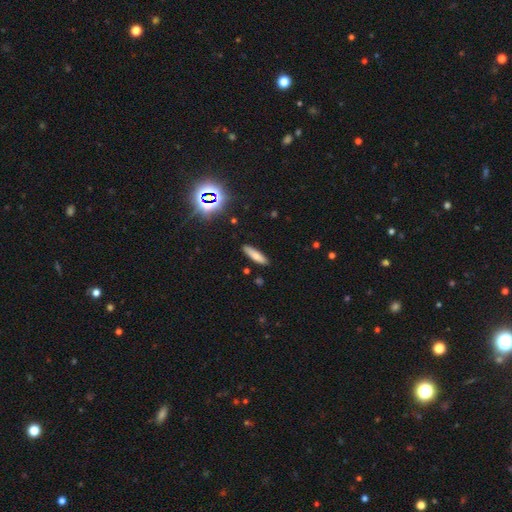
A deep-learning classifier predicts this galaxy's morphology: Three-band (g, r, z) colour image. It shows a smooth galaxy with no disk features (74%) that is cigar-shaped (72%). Merging: none (87%).